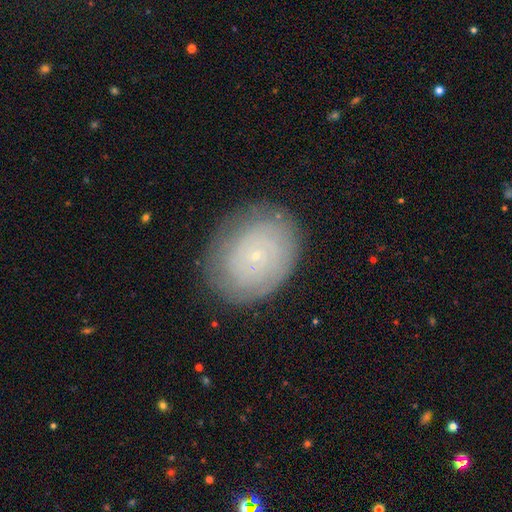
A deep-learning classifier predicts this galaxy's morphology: Q: Smooth or featured?
A: featured or disk (59%); runner-up: smooth (31%)
Q: Edge-on disk?
A: no (96%); runner-up: yes (4%)
Q: Bar?
A: no (88%); runner-up: weak (10%)
Q: Spiral arms?
A: yes (73%); runner-up: no (27%)
Q: Bulge size?
A: small (91%); runner-up: moderate (6%)
Q: Merging?
A: none (81%); runner-up: minor disturbance (13%)